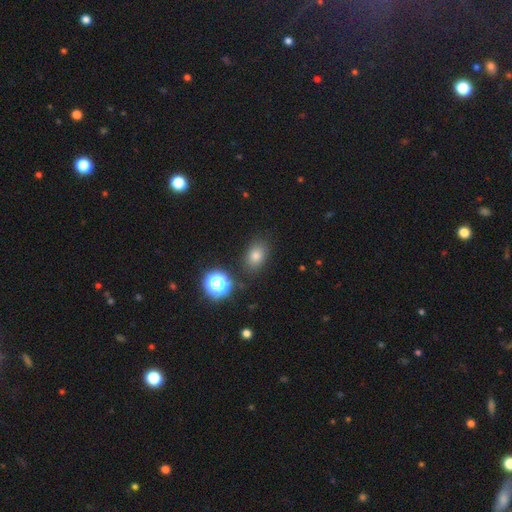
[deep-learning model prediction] Smooth or featured? smooth (76%)
How rounded? in between (71%)
Merging? none (83%)